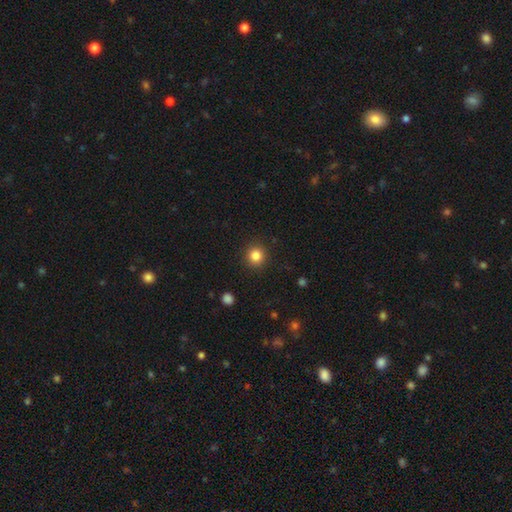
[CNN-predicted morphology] Smooth or featured?
  - smooth: 84% *
  - star or artifact: 11%
  - featured or disk: 5%
How rounded?
  - round: 93% *
  - in between: 6%
  - cigar-shaped: 1%
Merging?
  - none: 91% *
  - minor disturbance: 6%
  - major disturbance: 2%
  - merger: 1%